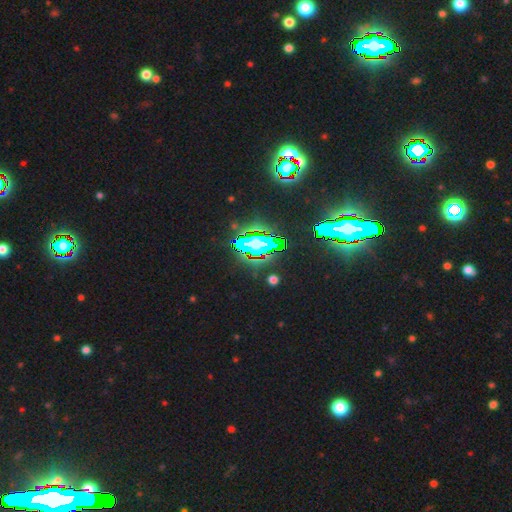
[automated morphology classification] Overall: star or artifact (85%).